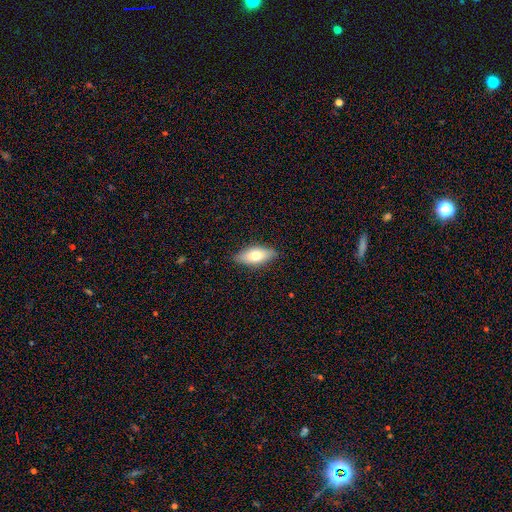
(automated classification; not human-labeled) Smooth or featured: smooth — 69% (featured or disk — 24%)
How rounded: in between — 79% (cigar-shaped — 18%)
Merging: none — 86% (minor disturbance — 11%)